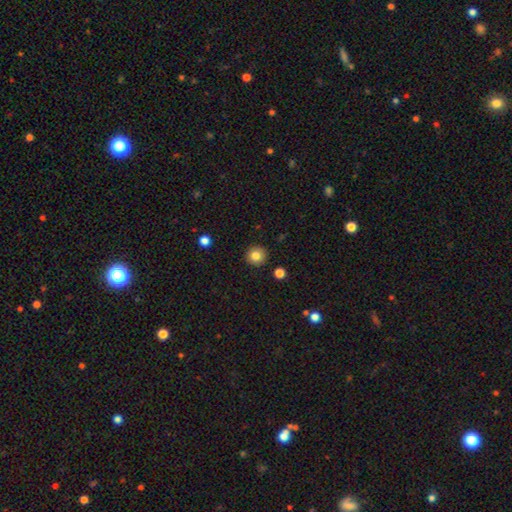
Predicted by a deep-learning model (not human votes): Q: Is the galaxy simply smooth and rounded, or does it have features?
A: smooth — 82%.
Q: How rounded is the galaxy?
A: round — 94%.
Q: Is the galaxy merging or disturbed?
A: none — 92%.